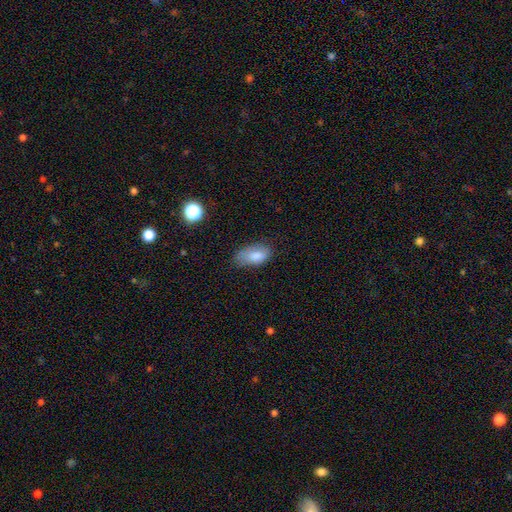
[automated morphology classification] smooth_or_featured: smooth (p=0.78) [alt: featured or disk p=0.13]
how_rounded: in between (p=0.91) [alt: cigar-shaped p=0.05]
merging: none (p=0.58) [alt: minor disturbance p=0.33]